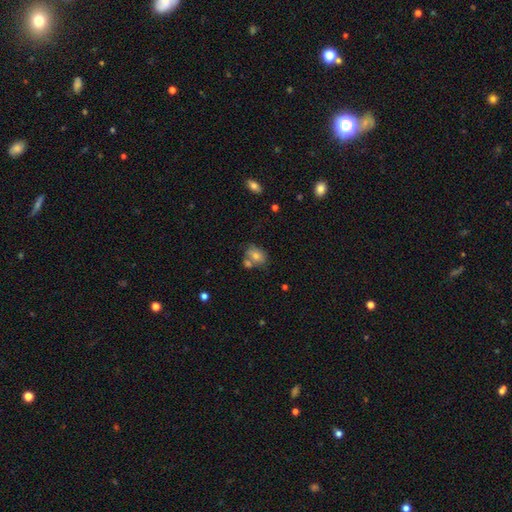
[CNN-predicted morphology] A smooth galaxy with no disk features (72%) that is in between round and cigar-shaped (67%). Merging: none (51%).